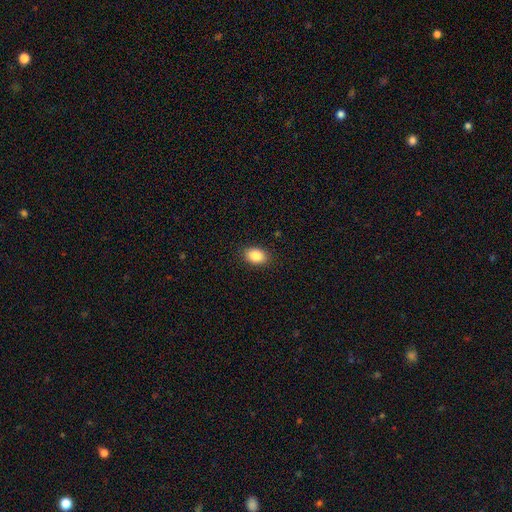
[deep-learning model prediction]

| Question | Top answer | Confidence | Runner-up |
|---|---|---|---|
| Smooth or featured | smooth | 88% | star or artifact (8%) |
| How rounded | in between | 81% | round (18%) |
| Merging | none | 88% | minor disturbance (9%) |